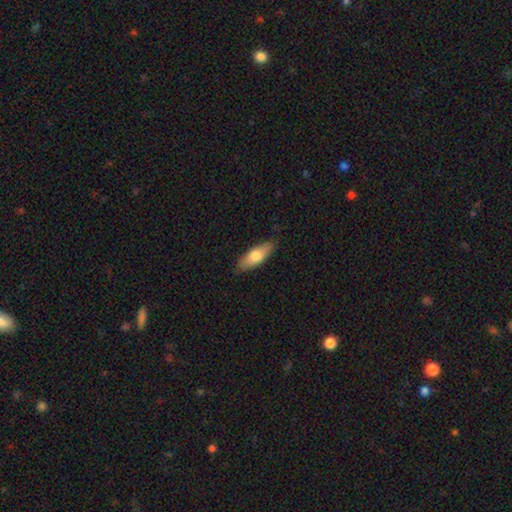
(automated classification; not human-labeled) Morphology: type=smooth (76%); roundness=in between (68%); merging=none (84%).